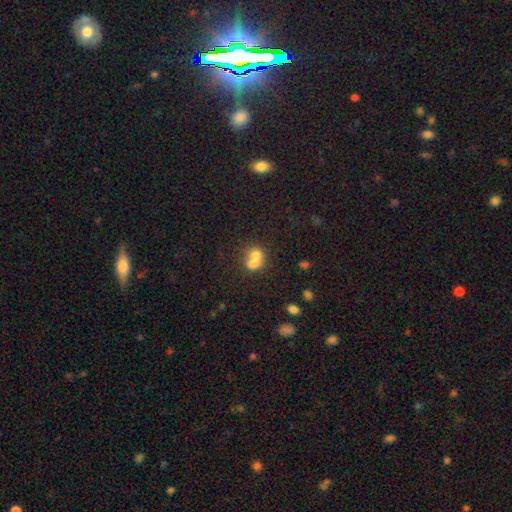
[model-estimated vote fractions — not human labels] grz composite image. It shows a smooth galaxy with no disk features (69%) that is round (62%). Merging: merger (68%).